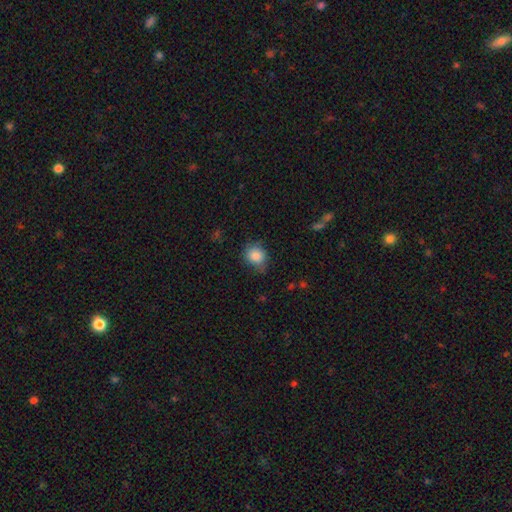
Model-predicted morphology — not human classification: This is clearly a smooth galaxy (86%). How rounded: likely round (70%). Merging: likely none (63%).